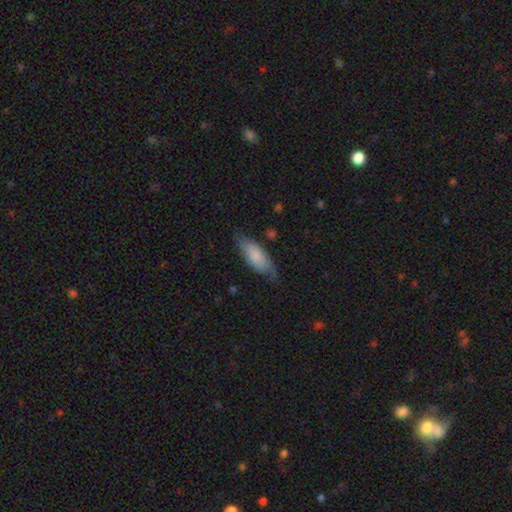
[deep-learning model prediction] Overall: smooth (78%). How rounded: in between (69%; cigar-shaped 29%). Merging: none (72%).